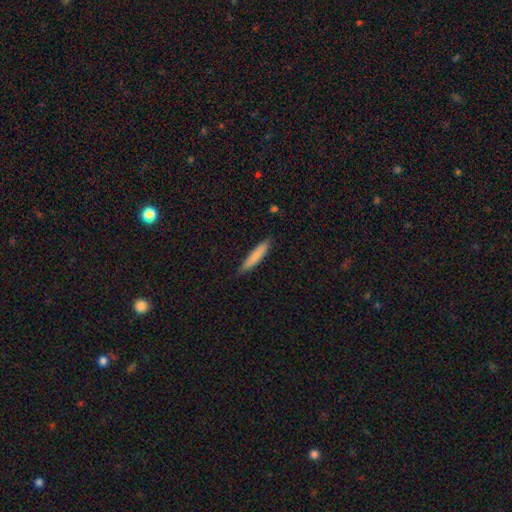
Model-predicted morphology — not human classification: Q: Smooth or featured?
A: smooth (82%); runner-up: featured or disk (12%)
Q: How rounded?
A: cigar-shaped (90%); runner-up: in between (9%)
Q: Merging?
A: none (85%); runner-up: minor disturbance (12%)